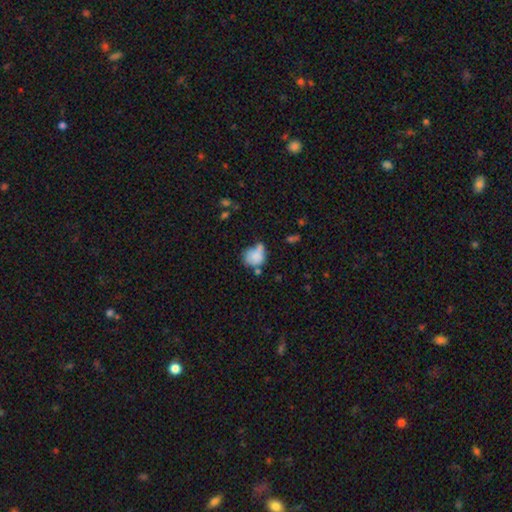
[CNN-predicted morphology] smooth-or-featured: smooth: 74% | featured or disk: 16% | star or artifact: 10%
  how-rounded: round: 57% | in between: 42% | cigar-shaped: 1%
  merging: none: 34% | minor disturbance: 28% | merger: 23% | major disturbance: 15%